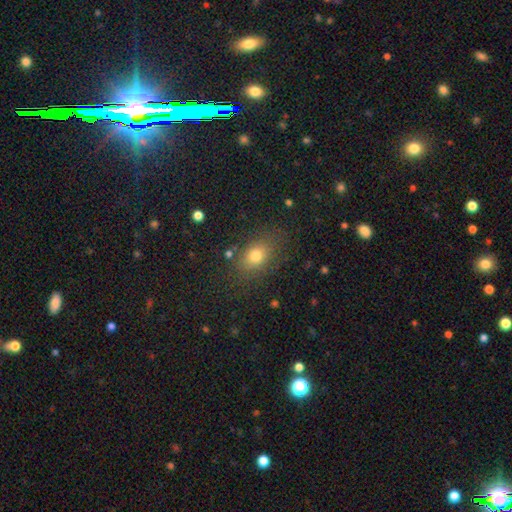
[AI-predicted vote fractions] The model was most divided on "how rounded": in between: 71%, round: 27%, cigar-shaped: 2%. More confident: merging — none (79%); smooth or featured — smooth (77%).